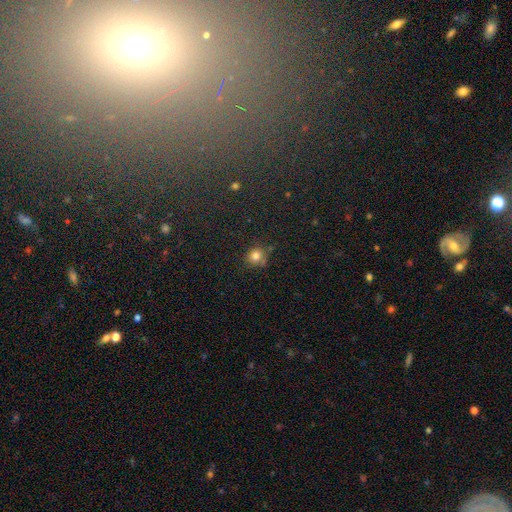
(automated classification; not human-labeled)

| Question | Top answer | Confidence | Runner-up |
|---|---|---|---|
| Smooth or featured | smooth | 80% | star or artifact (13%) |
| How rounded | round | 85% | in between (14%) |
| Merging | none | 72% | minor disturbance (19%) |